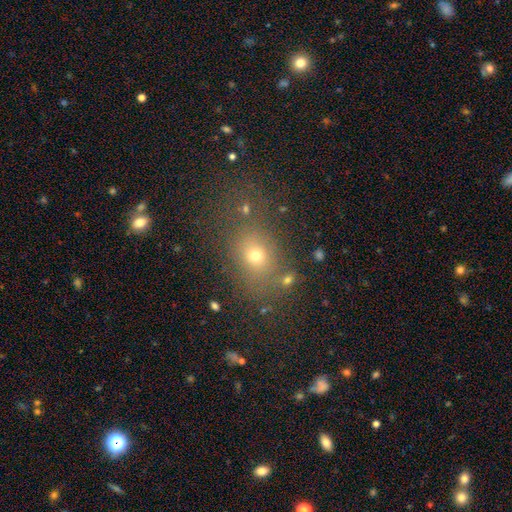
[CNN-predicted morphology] type=smooth (63%); roundness=in between (56%); merging=none (74%).